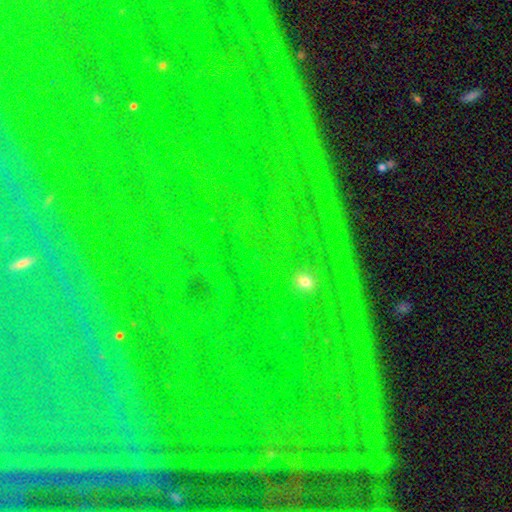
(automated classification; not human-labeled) Smooth or featured? Predicted: star or artifact (p=0.87).